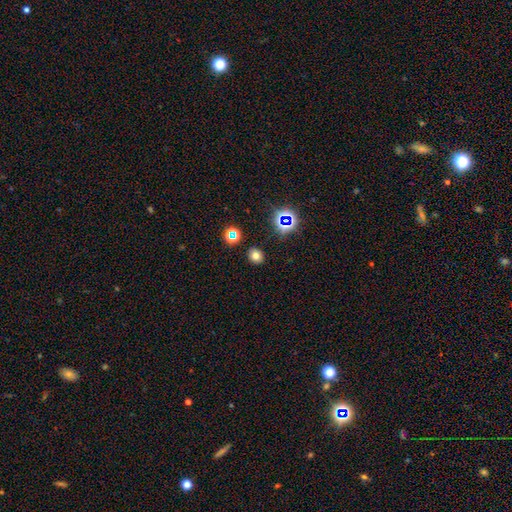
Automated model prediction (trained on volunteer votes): This is likely a smooth galaxy (69%). How rounded: likely round (68%). Merging: clearly none (88%).